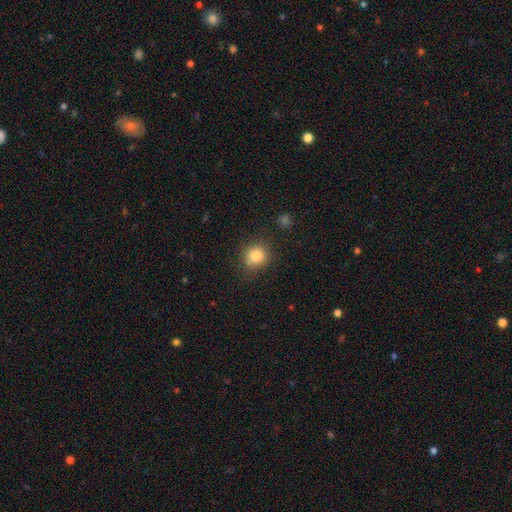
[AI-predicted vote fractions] Smooth or featured? smooth (82%)
How rounded? round (80%)
Merging? none (74%)